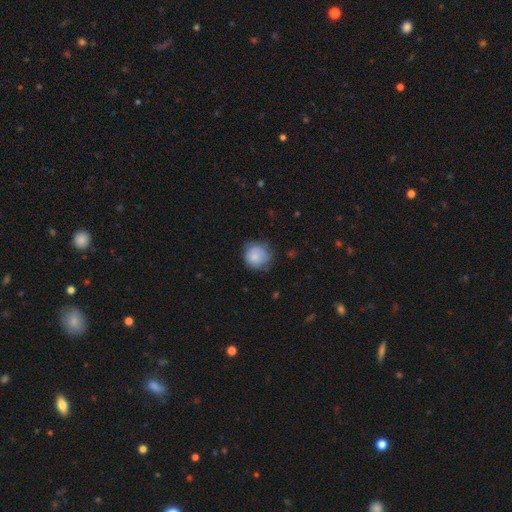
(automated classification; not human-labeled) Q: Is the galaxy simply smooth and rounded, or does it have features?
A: smooth — 76%.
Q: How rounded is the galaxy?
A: round — 88%.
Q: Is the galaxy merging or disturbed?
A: none — 63%.